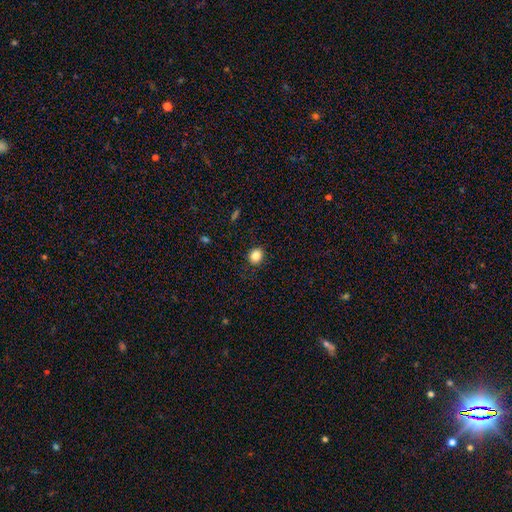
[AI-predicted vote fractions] smooth-or-featured: smooth: 85% | star or artifact: 10% | featured or disk: 4%
  how-rounded: round: 76% | in between: 23% | cigar-shaped: 1%
  merging: none: 89% | minor disturbance: 7% | major disturbance: 2% | merger: 1%